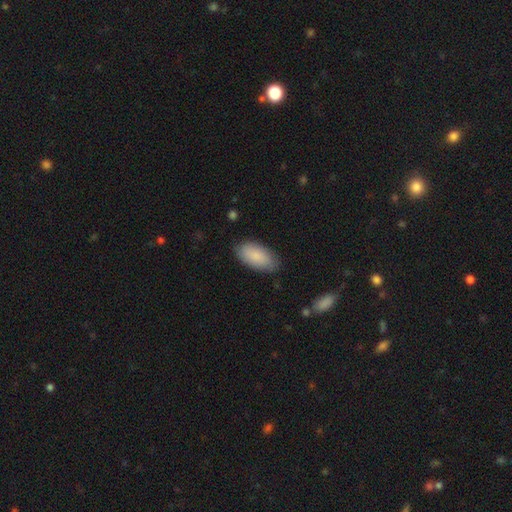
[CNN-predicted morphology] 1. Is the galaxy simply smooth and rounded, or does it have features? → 86% smooth, 8% featured or disk, 6% star or artifact.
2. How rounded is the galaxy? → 94% in between, 4% cigar-shaped, 2% round.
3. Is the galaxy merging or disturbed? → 81% none, 15% minor disturbance, 3% major disturbance, 1% merger.